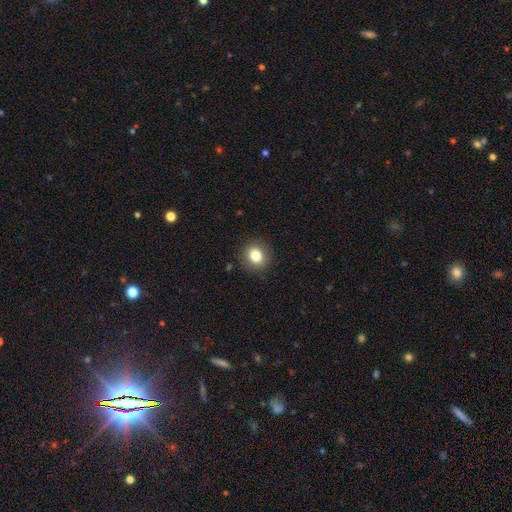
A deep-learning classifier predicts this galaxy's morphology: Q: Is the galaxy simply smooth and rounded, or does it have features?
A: smooth — 81%.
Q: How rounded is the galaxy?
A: round — 75%.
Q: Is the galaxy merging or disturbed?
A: none — 89%.